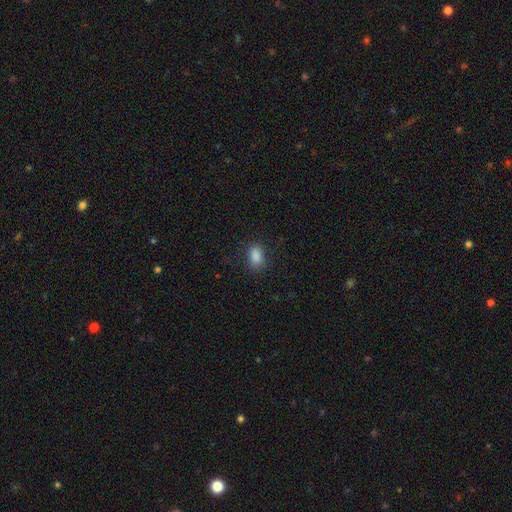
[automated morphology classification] This appears to be a smooth galaxy with no disk features (86%) that is in between round and cigar-shaped (86%). Merging: none (82%).